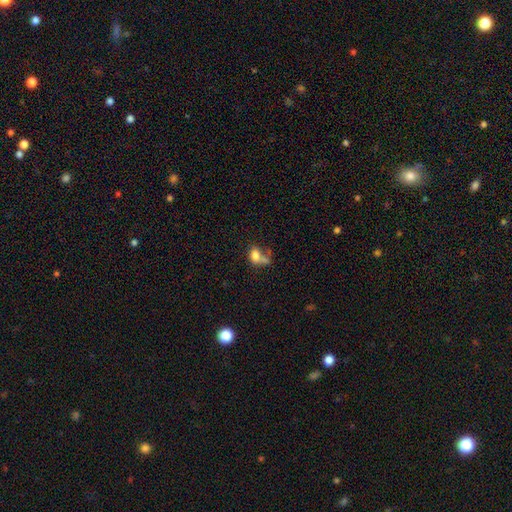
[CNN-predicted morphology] A smooth galaxy with no disk features (72%) that is in between round and cigar-shaped (68%).

Vote fractions:
- Smooth or featured? smooth: 72% / featured or disk: 17% / star or artifact: 11%
- How rounded? in between: 68% / round: 29% / cigar-shaped: 3%
- Merging? merger: 33% / none: 26% / major disturbance: 24% / minor disturbance: 17%